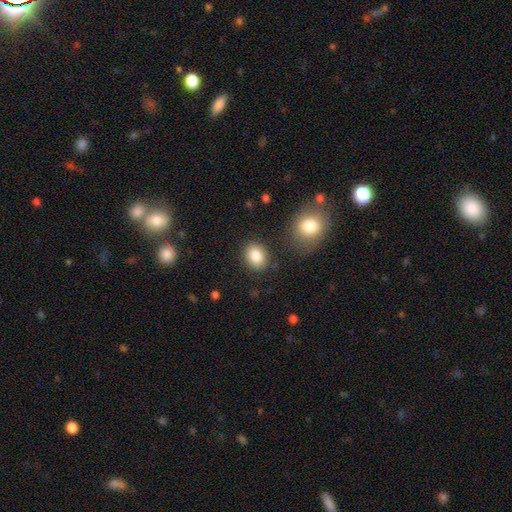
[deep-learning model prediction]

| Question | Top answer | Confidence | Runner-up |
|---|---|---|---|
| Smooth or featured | smooth | 85% | star or artifact (9%) |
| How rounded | in between | 54% | round (45%) |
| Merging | none | 84% | minor disturbance (9%) |